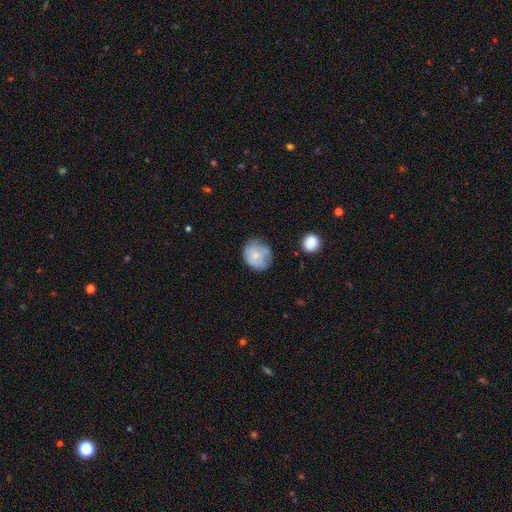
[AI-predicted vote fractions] The model was most divided on "merging": none: 62%, minor disturbance: 26%, major disturbance: 8%, merger: 4%. More confident: how rounded — round (74%); smooth or featured — smooth (66%).